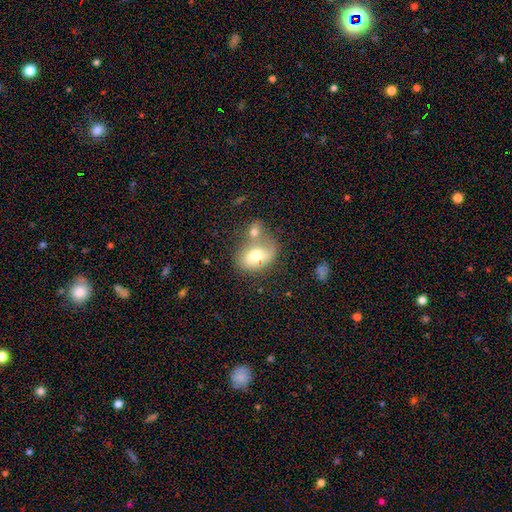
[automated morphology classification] This appears to be a smooth galaxy with no disk features (66%) that is in between round and cigar-shaped (73%). Merging: merger (48%).